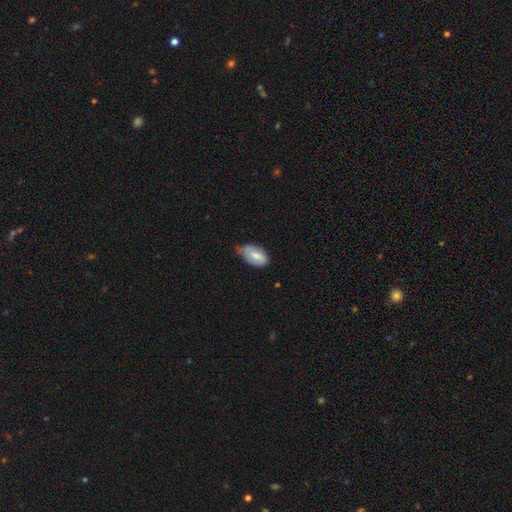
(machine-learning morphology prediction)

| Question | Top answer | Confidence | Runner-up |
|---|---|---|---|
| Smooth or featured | smooth | 68% | featured or disk (26%) |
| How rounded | in between | 94% | round (4%) |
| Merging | minor disturbance | 46% | none (42%) |